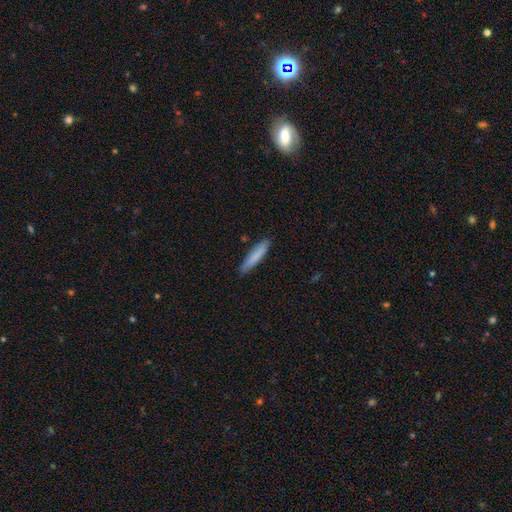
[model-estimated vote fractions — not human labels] Morphology: type=smooth (81%); roundness=cigar-shaped (90%); merging=none (88%).